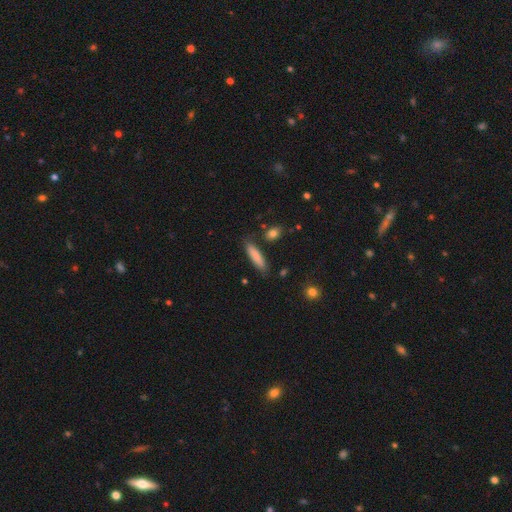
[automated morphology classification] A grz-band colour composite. It shows a smooth galaxy with no disk features (83%) that is cigar-shaped (80%). Merging: none (83%).